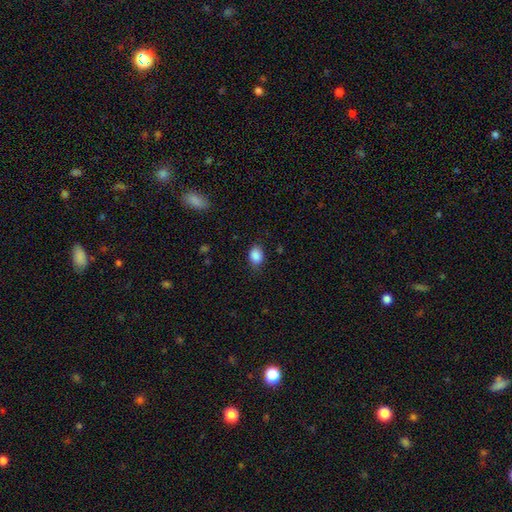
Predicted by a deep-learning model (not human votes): The model was most divided on "how rounded": in between: 64%, round: 35%, cigar-shaped: 1%. More confident: smooth or featured — smooth (87%); merging — none (76%).